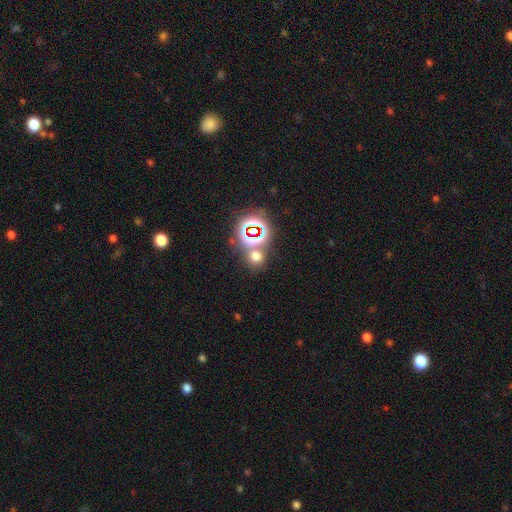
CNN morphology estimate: This is possibly a smooth galaxy (56%). How rounded: clearly round (82%). Merging: likely none (65%).